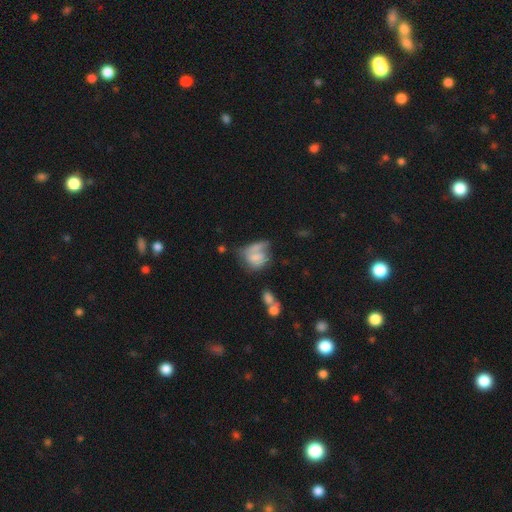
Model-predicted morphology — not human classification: smooth-or-featured: smooth: 59% | featured or disk: 32% | star or artifact: 10%
  how-rounded: in between: 58% | round: 39% | cigar-shaped: 3%
  merging: major disturbance: 27% (tied) | none: 27% (tied) | merger: 24% | minor disturbance: 22%